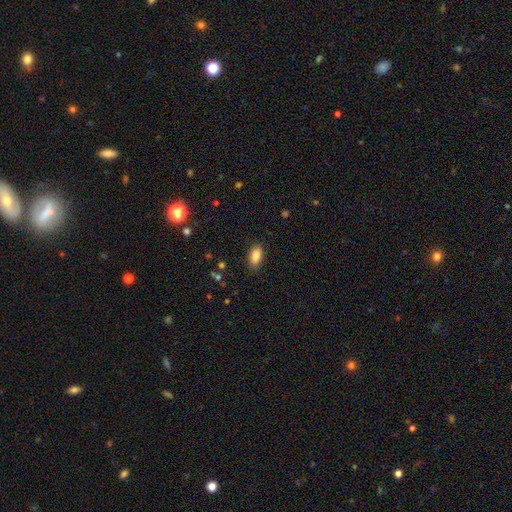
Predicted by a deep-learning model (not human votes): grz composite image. It shows a smooth galaxy with no disk features (87%) that is in between round and cigar-shaped (90%). Merging: none (86%).